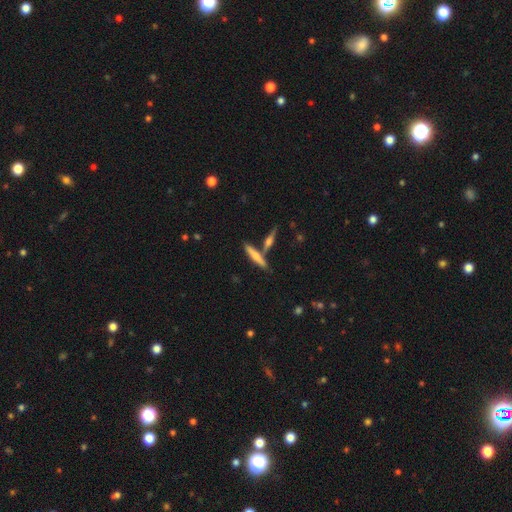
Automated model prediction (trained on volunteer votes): smooth-or-featured: smooth: 49% | featured or disk: 44% | star or artifact: 7%
  merging: none: 68% | merger: 20% | minor disturbance: 9% | major disturbance: 3%